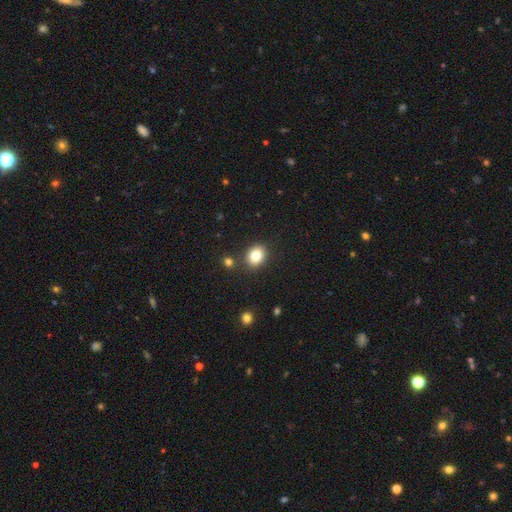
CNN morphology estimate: A smooth galaxy with no disk features (82%) that is round (57%). Merging: none (84%).